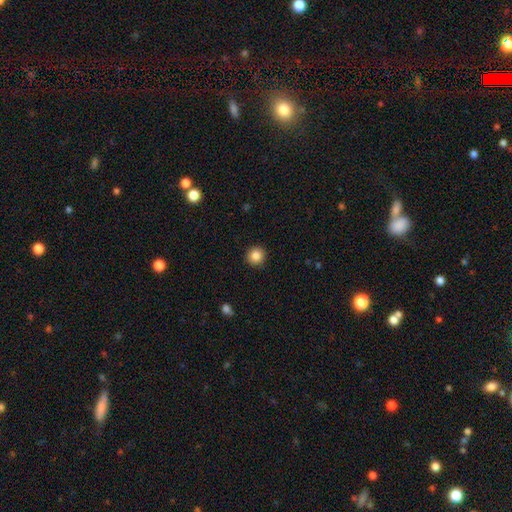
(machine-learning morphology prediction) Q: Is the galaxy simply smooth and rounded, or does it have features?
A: smooth — 86%.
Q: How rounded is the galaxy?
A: round — 94%.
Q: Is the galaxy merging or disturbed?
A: none — 92%.